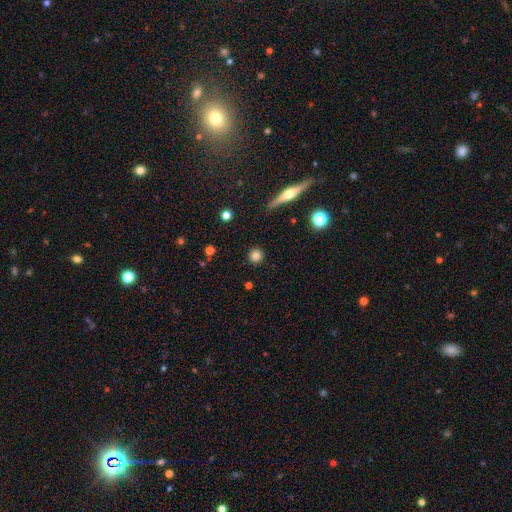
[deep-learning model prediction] Smooth or featured: smooth — 82% (star or artifact — 11%)
How rounded: round — 94% (in between — 5%)
Merging: none — 91% (minor disturbance — 6%)